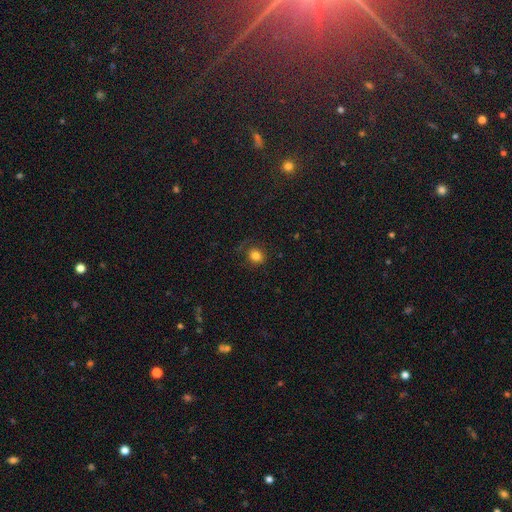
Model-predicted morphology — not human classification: The model was most divided on "how rounded": round: 75%, in between: 24%, cigar-shaped: 1%. More confident: smooth or featured — smooth (82%); merging — none (82%).